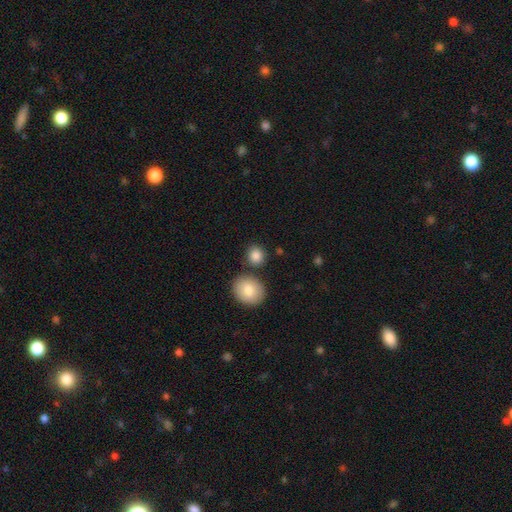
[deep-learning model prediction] smooth-or-featured: smooth: 86% | star or artifact: 9% | featured or disk: 6%
  how-rounded: round: 79% | in between: 19% | cigar-shaped: 1%
  merging: none: 75% | merger: 12% | minor disturbance: 10% | major disturbance: 3%